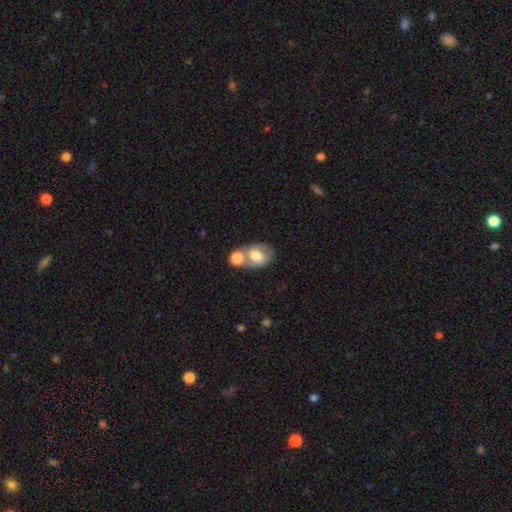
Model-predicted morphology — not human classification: A smooth galaxy with no disk features (63%) that is in between round and cigar-shaped (72%).

Vote fractions:
- Smooth or featured? smooth: 63% / featured or disk: 30% / star or artifact: 7%
- How rounded? in between: 72% / round: 27% / cigar-shaped: 1%
- Merging? merger: 61% / none: 25% / minor disturbance: 10% / major disturbance: 5%